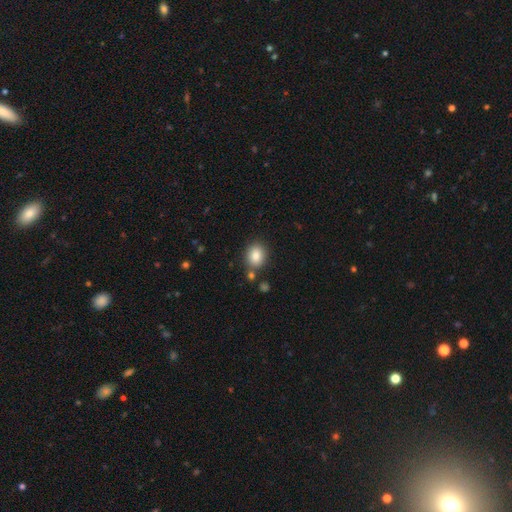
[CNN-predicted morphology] Smooth or featured? Predicted: smooth (p=0.85). How rounded? Predicted: round (p=0.62). Merging? Predicted: none (p=0.79).